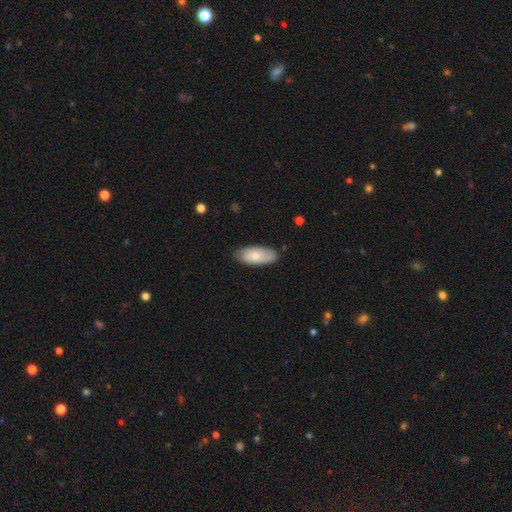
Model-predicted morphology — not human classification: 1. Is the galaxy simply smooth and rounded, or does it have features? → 77% smooth, 17% featured or disk, 6% star or artifact.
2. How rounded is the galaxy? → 88% in between, 10% cigar-shaped, 2% round.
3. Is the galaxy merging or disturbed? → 81% none, 15% minor disturbance, 2% major disturbance, 1% merger.